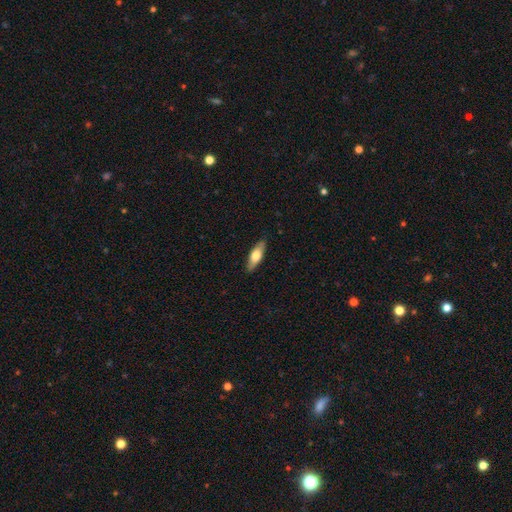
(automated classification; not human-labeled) This appears to be a smooth galaxy with no disk features (64%) that is in between round and cigar-shaped (57%). Merging: none (87%).